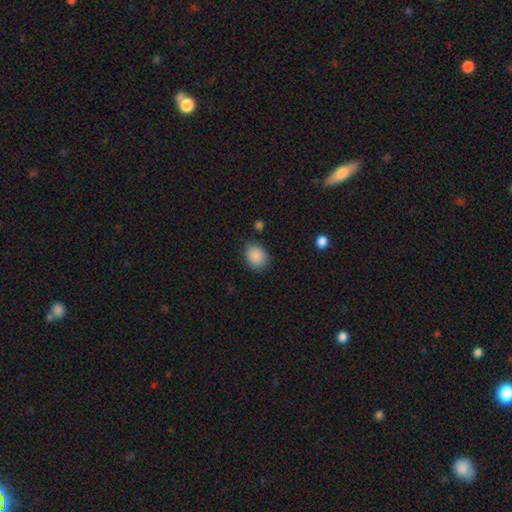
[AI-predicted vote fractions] smooth_or_featured: smooth (p=0.88) [alt: star or artifact p=0.08]
how_rounded: in between (p=0.50) [alt: round p=0.49]
merging: none (p=0.83) [alt: minor disturbance p=0.12]